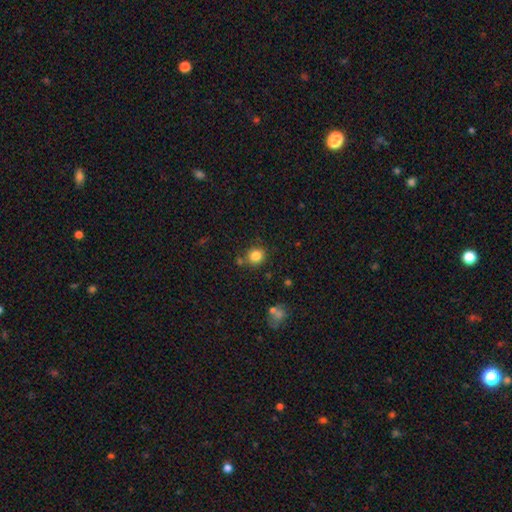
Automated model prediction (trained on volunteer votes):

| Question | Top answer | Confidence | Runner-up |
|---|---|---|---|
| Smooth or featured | smooth | 83% | star or artifact (11%) |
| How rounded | round | 86% | in between (13%) |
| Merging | none | 76% | minor disturbance (11%) |